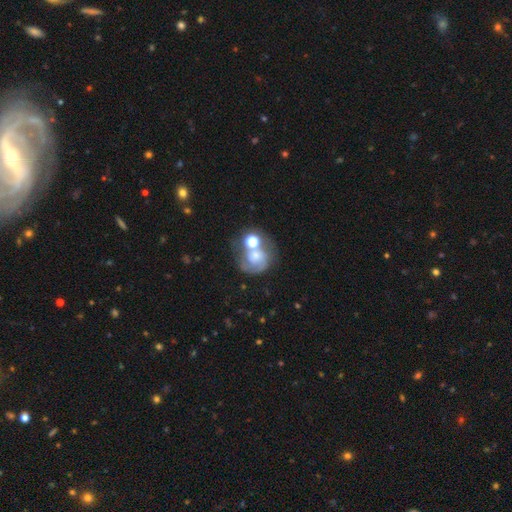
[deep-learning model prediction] Smooth or featured?
  - featured or disk: 53% *
  - smooth: 35%
  - star or artifact: 12%
Edge-on disk?
  - no: 98% *
  - yes: 2%
Bar?
  - no: 75% *
  - weak: 20%
  - strong: 5%
Spiral arms?
  - yes: 78% *
  - no: 22%
Bulge size?
  - small: 35% *
  - moderate: 29%
  - none: 19%
  - large: 12%
  - dominant: 5%
Merging?
  - none: 36% *
  - merger: 30%
  - major disturbance: 18%
  - minor disturbance: 16%